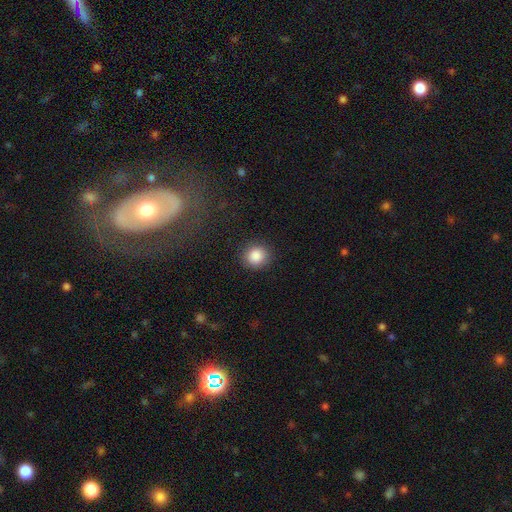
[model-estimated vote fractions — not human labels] Morphology: type=smooth (87%); roundness=round (90%); merging=none (89%).